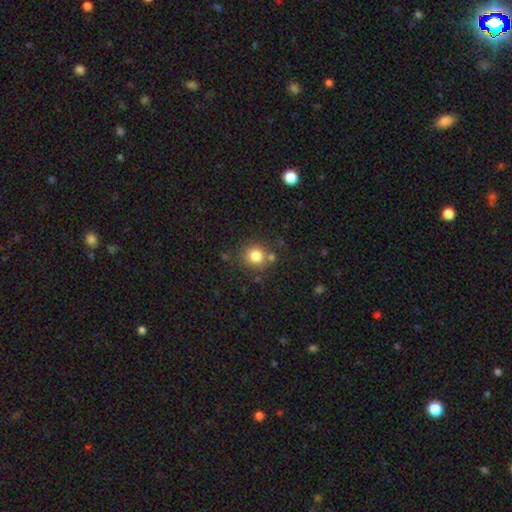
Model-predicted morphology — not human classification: Smooth or featured: smooth — 81% (star or artifact — 12%)
How rounded: round — 90% (in between — 9%)
Merging: none — 76% (merger — 10%)